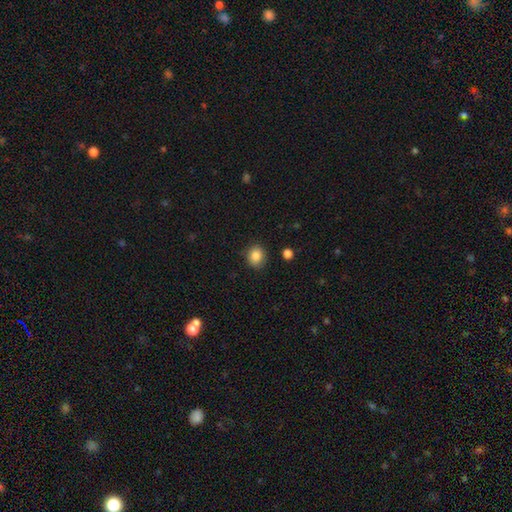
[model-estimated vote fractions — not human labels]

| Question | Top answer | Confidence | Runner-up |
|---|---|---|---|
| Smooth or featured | smooth | 86% | star or artifact (9%) |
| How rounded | round | 73% | in between (26%) |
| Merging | none | 87% | minor disturbance (9%) |